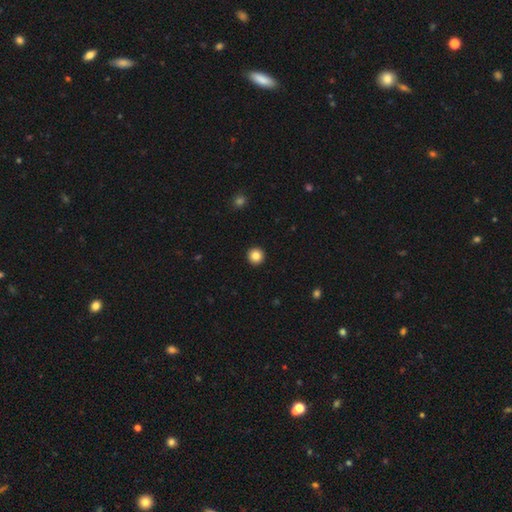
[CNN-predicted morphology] smooth_or_featured: smooth (p=0.84) [alt: star or artifact p=0.11]
how_rounded: round (p=0.96) [alt: in between p=0.03]
merging: none (p=0.94) [alt: minor disturbance p=0.04]